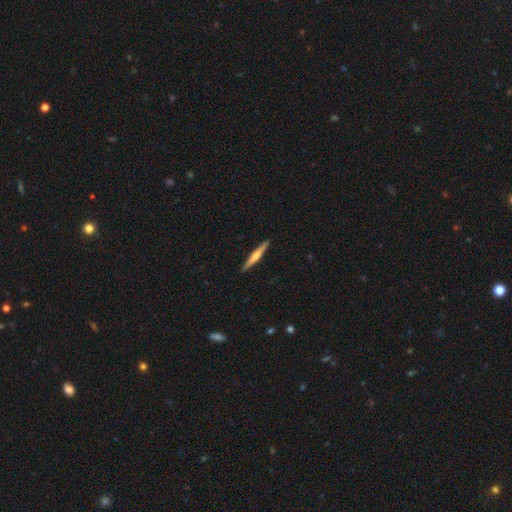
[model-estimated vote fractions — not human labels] A featured or disk galaxy (59%) viewed edge-on (98%) with a rounded central bulge (82%). Merging: none (92%).